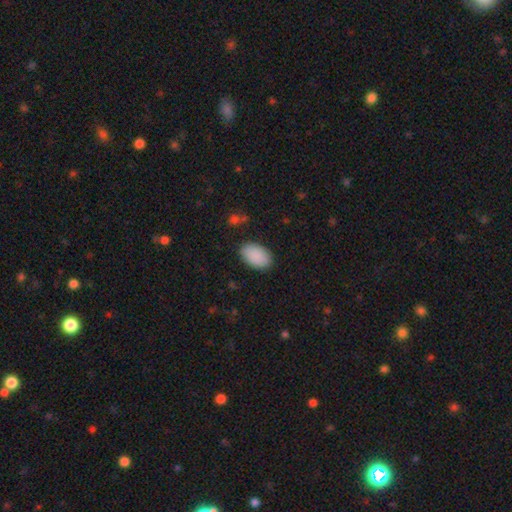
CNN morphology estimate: smooth-or-featured: smooth: 90% | star or artifact: 6% | featured or disk: 3%
  how-rounded: in between: 93% | round: 6% | cigar-shaped: 1%
  merging: none: 87% | minor disturbance: 9% | major disturbance: 2% | merger: 1%